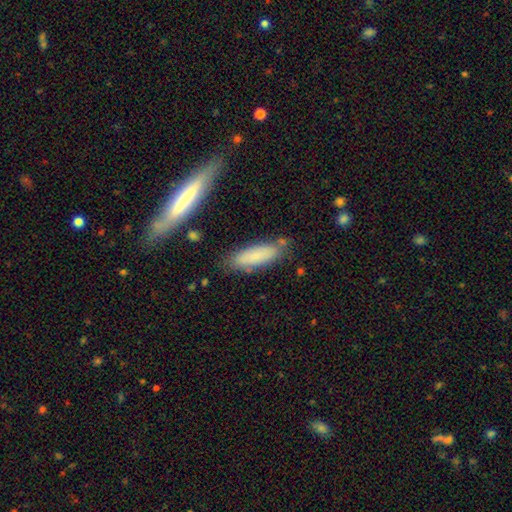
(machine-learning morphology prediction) Smooth or featured? smooth (81%)
How rounded? cigar-shaped (57%)
Merging? none (76%)